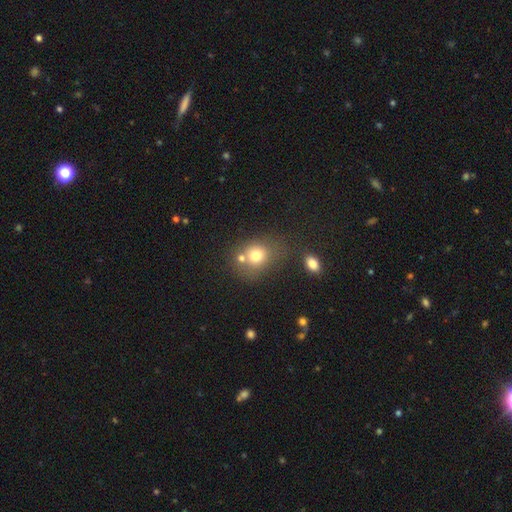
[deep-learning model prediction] smooth-or-featured: smooth: 73% | featured or disk: 13% | star or artifact: 13%
  how-rounded: round: 67% | in between: 32% | cigar-shaped: 1%
  merging: none: 49% | merger: 31% | minor disturbance: 13% | major disturbance: 7%